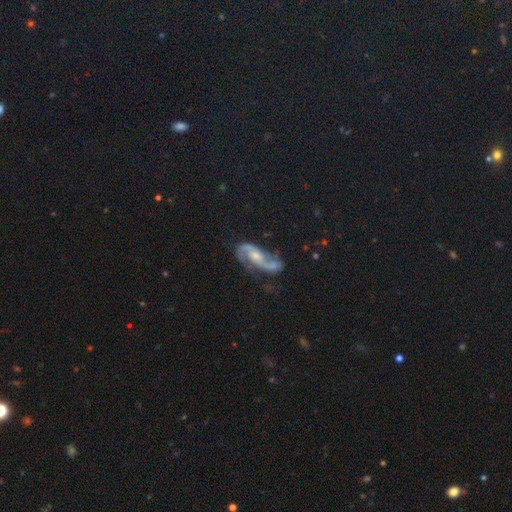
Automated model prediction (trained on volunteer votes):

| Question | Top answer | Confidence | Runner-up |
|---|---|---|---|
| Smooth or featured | featured or disk | 85% | smooth (9%) |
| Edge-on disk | no | 95% | yes (5%) |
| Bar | no | 54% | weak (34%) |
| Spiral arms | yes | 95% | no (5%) |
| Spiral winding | loose | 46% | medium (42%) |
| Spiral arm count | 2 | 90% | can't tell (4%) |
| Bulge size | small | 45% | tied: moderate (45%) |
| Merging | none | 55% | minor disturbance (22%) |